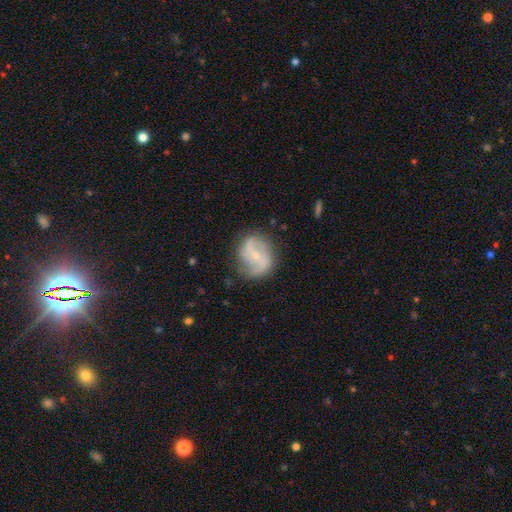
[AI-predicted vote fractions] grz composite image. It shows a featured or disk galaxy (74%) with a weak bar (43%), 2 (85%) loose (46%) spiral arms (87%) and a small central bulge (69%). Merging: none (74%).